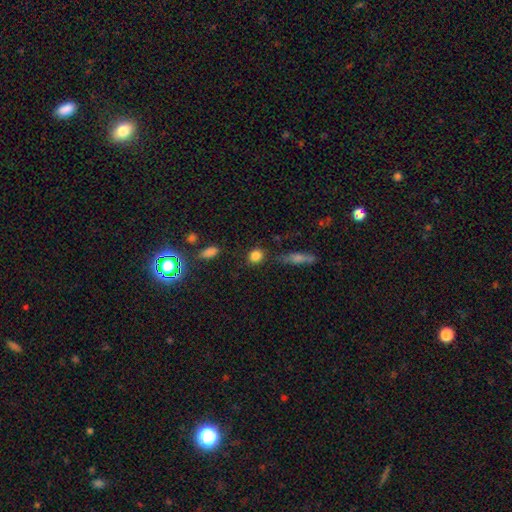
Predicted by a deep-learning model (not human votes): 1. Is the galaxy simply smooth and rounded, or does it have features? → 84% smooth, 10% star or artifact, 5% featured or disk.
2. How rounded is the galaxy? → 75% round, 23% in between, 3% cigar-shaped.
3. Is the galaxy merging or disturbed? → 81% none, 11% minor disturbance, 4% merger, 4% major disturbance.